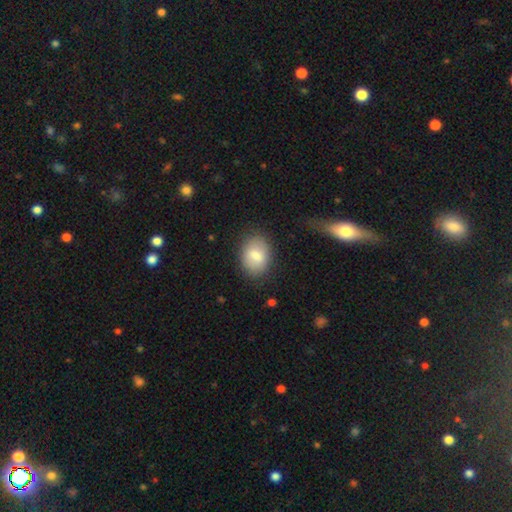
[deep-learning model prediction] Smooth or featured? Predicted: smooth (p=0.75). How rounded? Predicted: in between (p=0.71). Merging? Predicted: none (p=0.78).